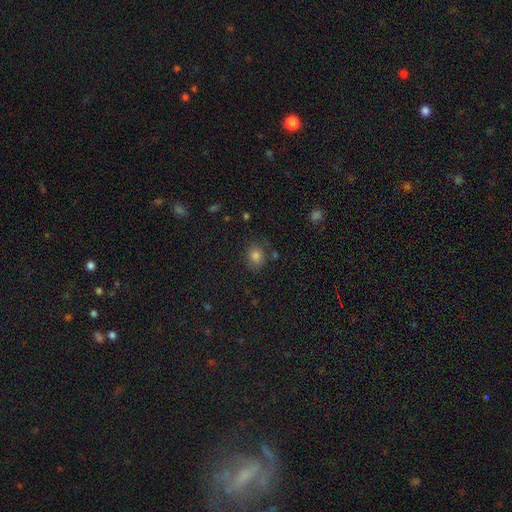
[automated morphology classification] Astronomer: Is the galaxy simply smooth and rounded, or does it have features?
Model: smooth — 78%.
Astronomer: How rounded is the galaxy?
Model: round — 61% (runner-up: in between, 38%).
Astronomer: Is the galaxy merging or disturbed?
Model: none — 73%.